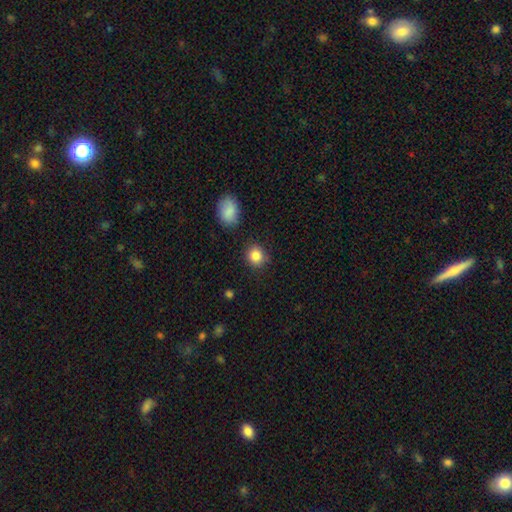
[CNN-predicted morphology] Q: Smooth or featured?
A: smooth (86%); runner-up: star or artifact (9%)
Q: How rounded?
A: round (76%); runner-up: in between (23%)
Q: Merging?
A: none (83%); runner-up: minor disturbance (10%)